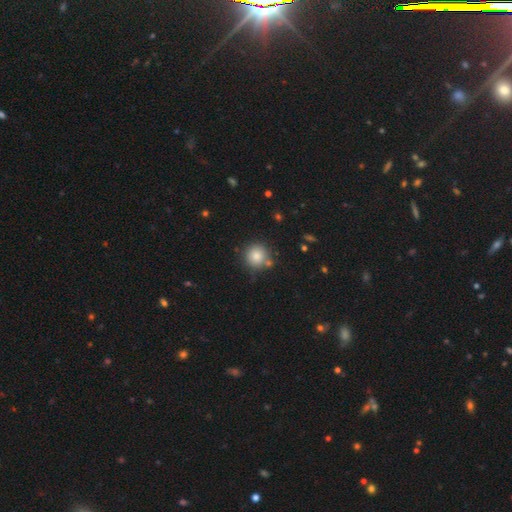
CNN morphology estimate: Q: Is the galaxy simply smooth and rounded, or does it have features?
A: smooth — 84%.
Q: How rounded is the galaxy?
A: round — 93%.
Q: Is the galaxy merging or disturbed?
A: none — 79%.